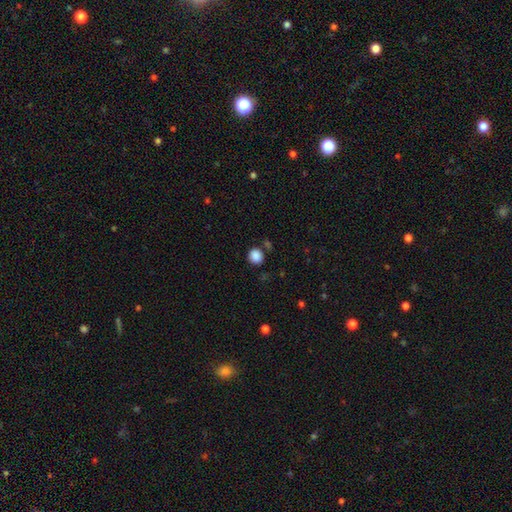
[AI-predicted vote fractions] Smooth or featured?
  - smooth: 87% *
  - star or artifact: 10%
  - featured or disk: 3%
How rounded?
  - round: 82% *
  - in between: 17%
  - cigar-shaped: 1%
Merging?
  - none: 82% *
  - minor disturbance: 10%
  - merger: 5%
  - major disturbance: 3%